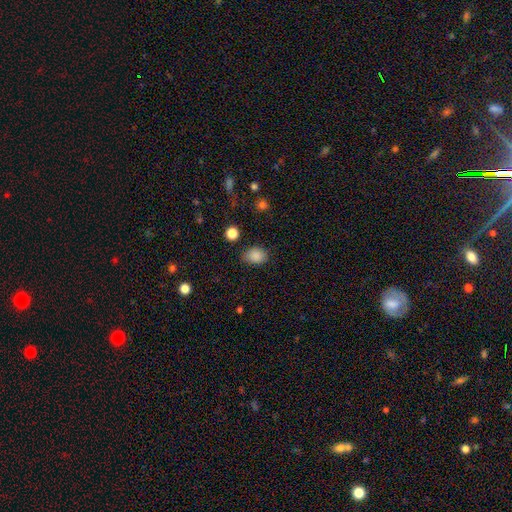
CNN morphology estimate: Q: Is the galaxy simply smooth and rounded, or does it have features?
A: smooth — 86%.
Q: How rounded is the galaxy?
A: in between — 70%.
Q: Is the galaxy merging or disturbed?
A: none — 80%.